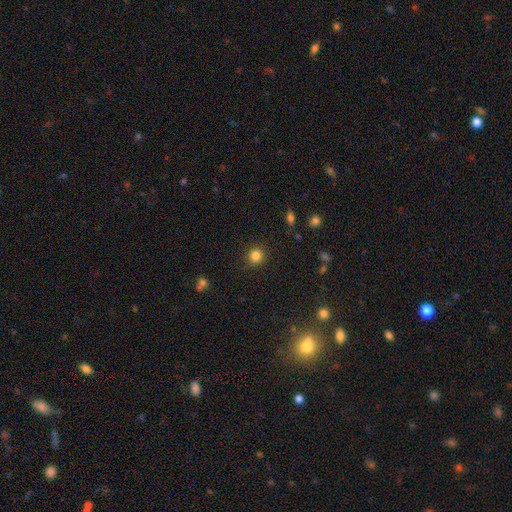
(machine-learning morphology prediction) Overall: smooth (83%). How rounded: round (89%). Merging: none (89%).